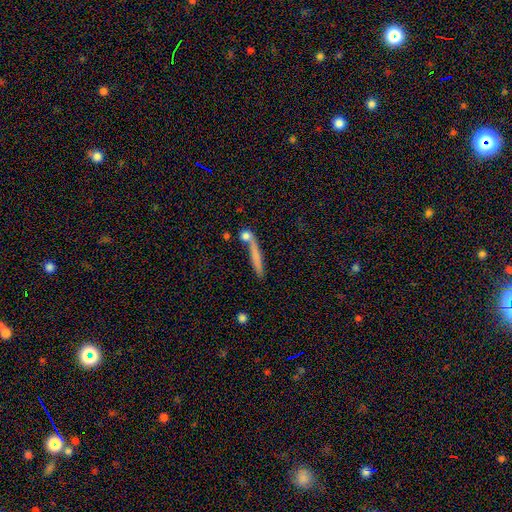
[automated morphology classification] A smooth galaxy with no disk features (64%) that is cigar-shaped (89%).

Vote fractions:
- Smooth or featured? smooth: 64% / featured or disk: 27% / star or artifact: 9%
- How rounded? cigar-shaped: 89% / in between: 7% / round: 4%
- Merging? none: 59% / merger: 21% / minor disturbance: 13% / major disturbance: 7%